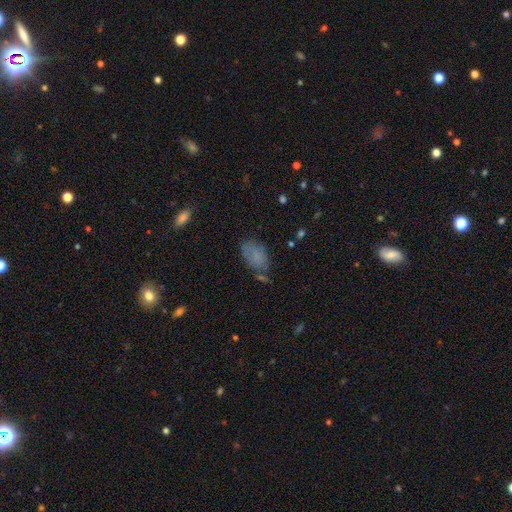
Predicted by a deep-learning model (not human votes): Morphology: type=smooth (72%); roundness=in between (92%); merging=none (52%).